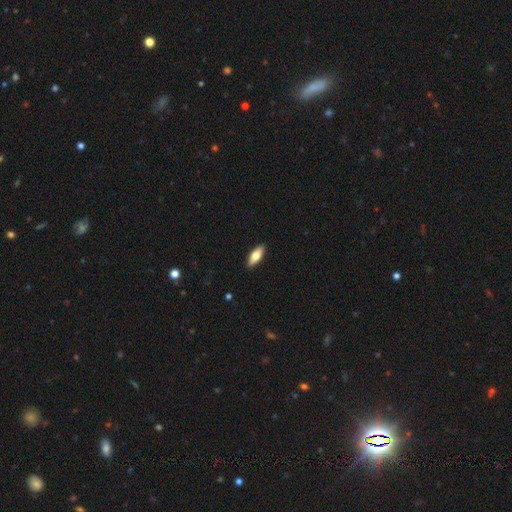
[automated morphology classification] Q: Smooth or featured?
A: smooth (67%); runner-up: featured or disk (27%)
Q: How rounded?
A: in between (70%); runner-up: cigar-shaped (27%)
Q: Merging?
A: none (90%); runner-up: minor disturbance (7%)